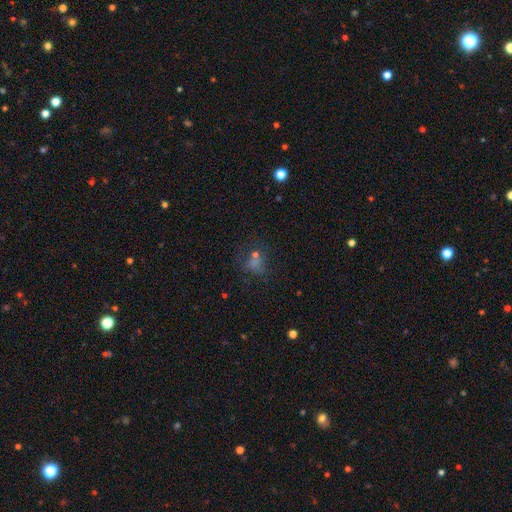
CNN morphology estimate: This appears to be a smooth galaxy with no disk features (50%). Merging: none (50%).